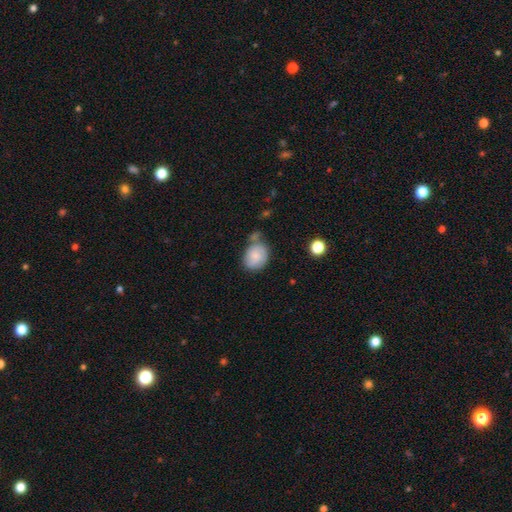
This appears to be a smooth galaxy with no disk features (75%) that is round (63%). Merging: none (55%).